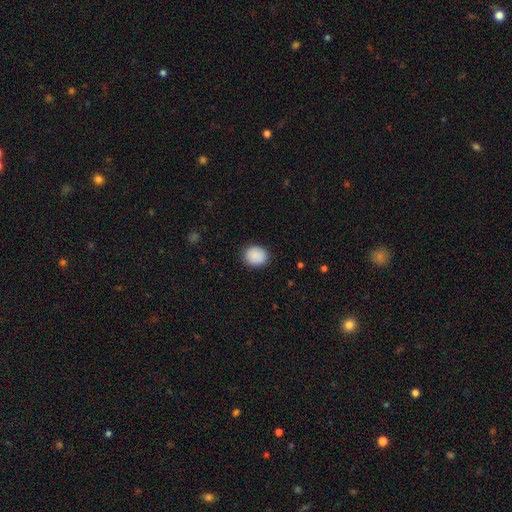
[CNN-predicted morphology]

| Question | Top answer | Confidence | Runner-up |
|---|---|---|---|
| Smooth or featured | smooth | 89% | star or artifact (7%) |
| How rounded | round | 68% | in between (31%) |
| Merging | none | 88% | minor disturbance (9%) |